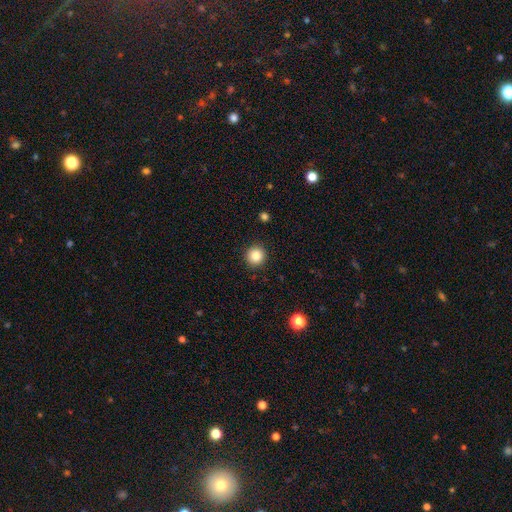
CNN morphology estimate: smooth_or_featured: smooth (p=0.86) [alt: star or artifact p=0.10]
how_rounded: round (p=0.95) [alt: in between p=0.04]
merging: none (p=0.92) [alt: minor disturbance p=0.05]